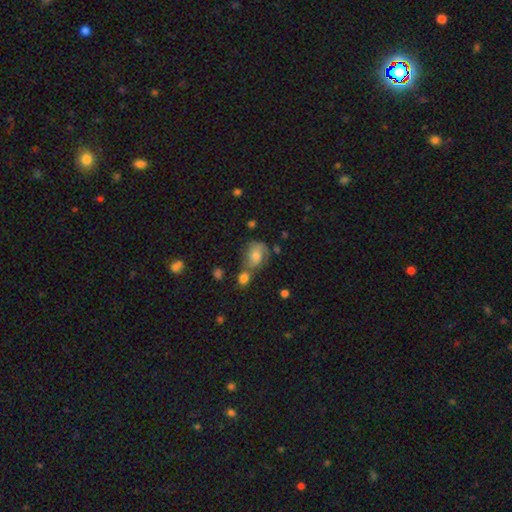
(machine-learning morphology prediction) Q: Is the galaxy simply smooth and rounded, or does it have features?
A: smooth — 50%.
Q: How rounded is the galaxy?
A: in between — 57%.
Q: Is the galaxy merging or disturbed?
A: none — 45%.